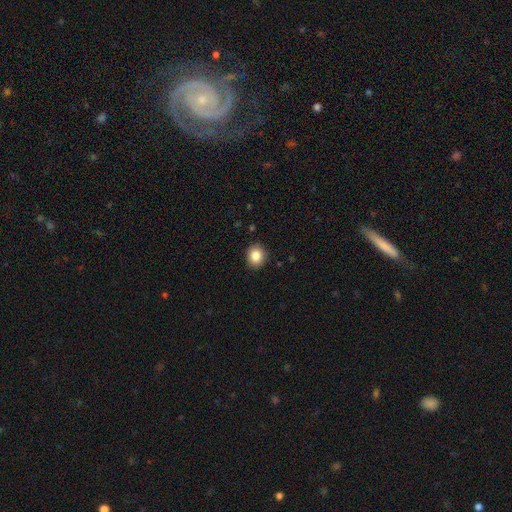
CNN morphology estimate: smooth_or_featured: smooth (p=0.85) [alt: star or artifact p=0.09]
how_rounded: round (p=0.74) [alt: in between p=0.26]
merging: none (p=0.90) [alt: minor disturbance p=0.07]